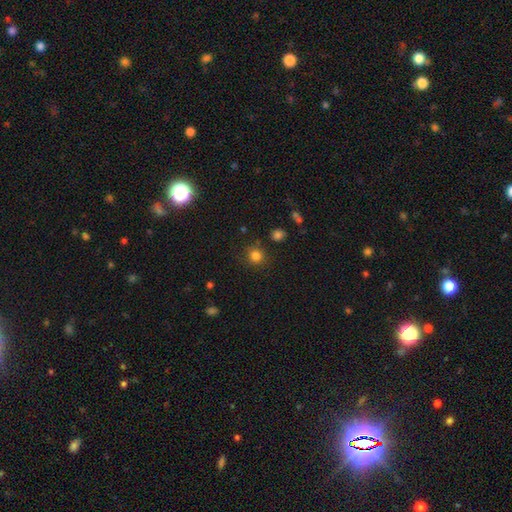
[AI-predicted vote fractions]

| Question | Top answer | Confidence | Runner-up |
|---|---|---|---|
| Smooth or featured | smooth | 81% | star or artifact (14%) |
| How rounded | round | 88% | in between (11%) |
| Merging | none | 83% | minor disturbance (10%) |